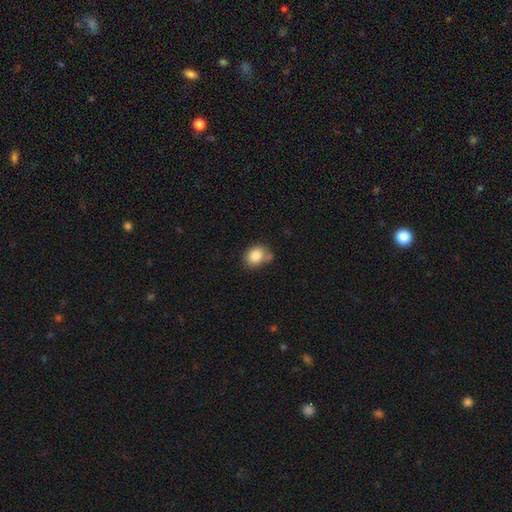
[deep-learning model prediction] This is clearly a smooth galaxy (84%). How rounded: possibly round (56%). Merging: likely none (60%).